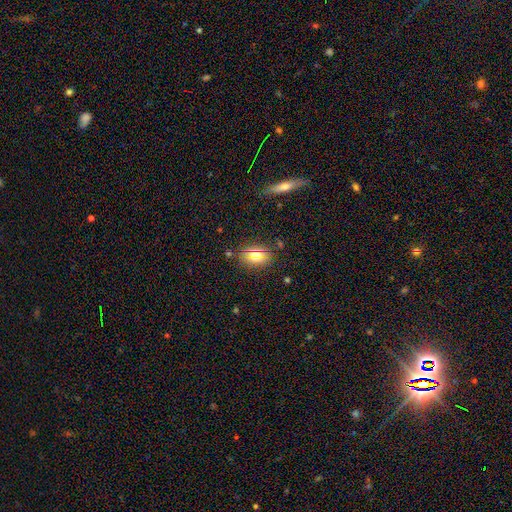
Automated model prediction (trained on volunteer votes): smooth-or-featured: smooth: 58% | featured or disk: 22% | star or artifact: 20%
  how-rounded: in between: 70% | round: 24% | cigar-shaped: 6%
  merging: none: 84% | minor disturbance: 11% | major disturbance: 3% | merger: 2%